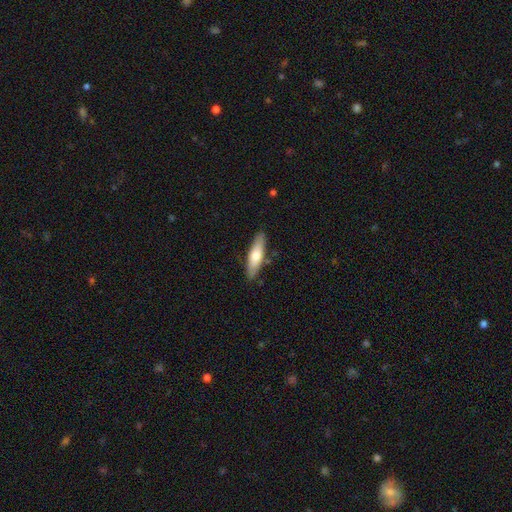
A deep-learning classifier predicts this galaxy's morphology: smooth-or-featured: smooth: 66% | featured or disk: 29% | star or artifact: 5%
  how-rounded: cigar-shaped: 63% | in between: 35% | round: 2%
  merging: none: 85% | minor disturbance: 11% | major disturbance: 2% | merger: 2%